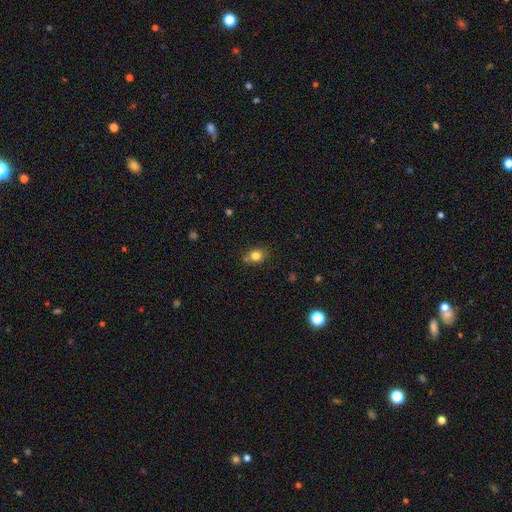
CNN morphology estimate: A smooth galaxy with no disk features (80%) that is round (52%).

Vote fractions:
- Smooth or featured? smooth: 80% / star or artifact: 11% / featured or disk: 9%
- How rounded? round: 52% / in between: 47% / cigar-shaped: 1%
- Merging? none: 70% / minor disturbance: 19% / merger: 7% / major disturbance: 4%